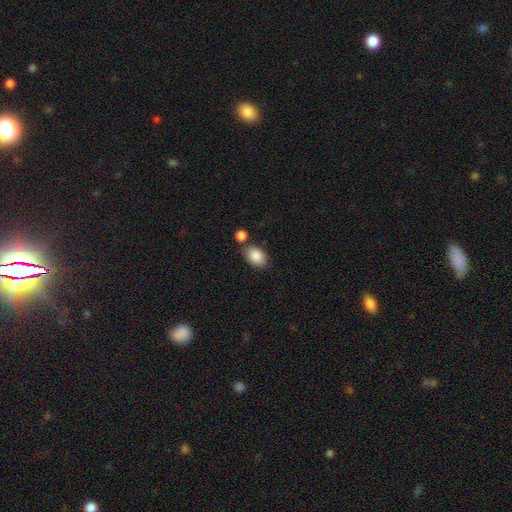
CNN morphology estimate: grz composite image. It shows a smooth galaxy with no disk features (87%) that is in between round and cigar-shaped (87%). Merging: none (67%).